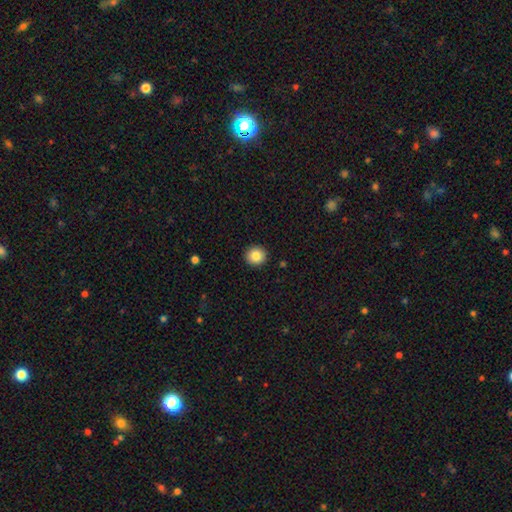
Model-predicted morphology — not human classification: The model was most divided on "smooth or featured": smooth: 84%, star or artifact: 9%, featured or disk: 6%. More confident: how rounded — round (94%); merging — none (93%).